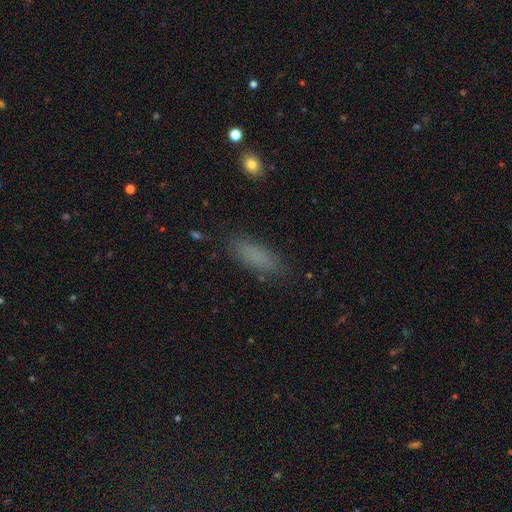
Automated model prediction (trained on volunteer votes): Smooth or featured: smooth — 81% (star or artifact — 11%)
How rounded: in between — 59% (cigar-shaped — 39%)
Merging: none — 83% (minor disturbance — 11%)